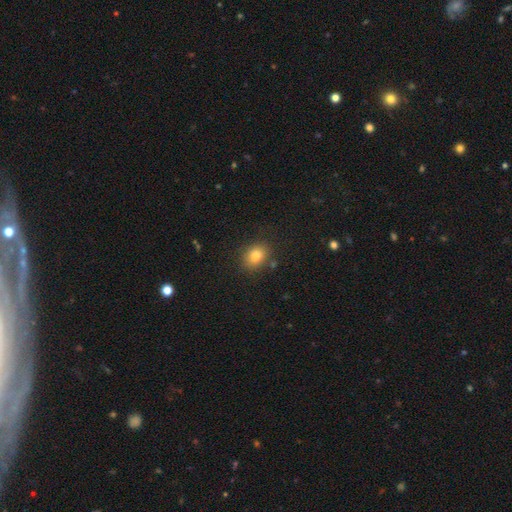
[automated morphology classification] The model was most divided on "how rounded": in between: 54%, round: 45%, cigar-shaped: 1%. More confident: merging — none (82%); smooth or featured — smooth (82%).